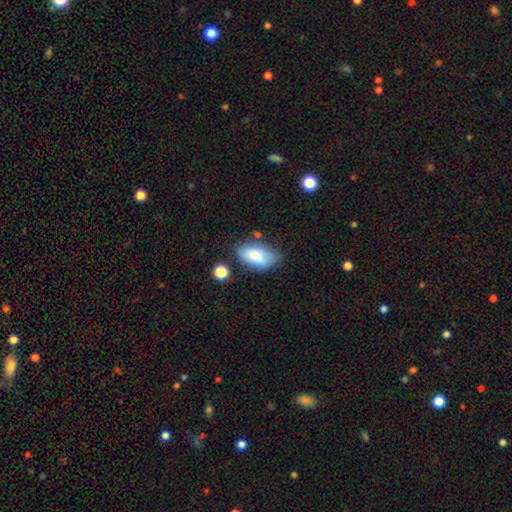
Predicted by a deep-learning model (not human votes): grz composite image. It shows a smooth galaxy with no disk features (80%) that is in between round and cigar-shaped (93%). Merging: none (66%).